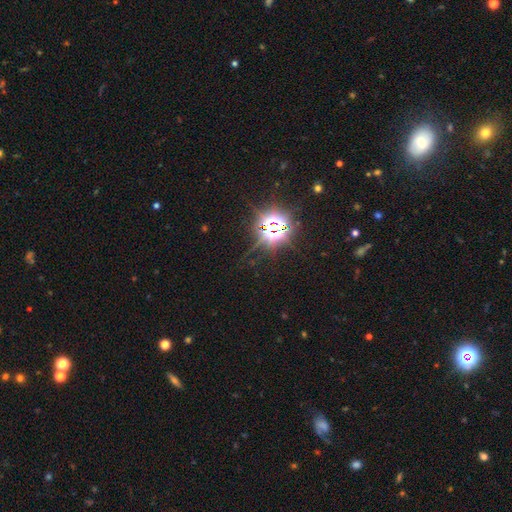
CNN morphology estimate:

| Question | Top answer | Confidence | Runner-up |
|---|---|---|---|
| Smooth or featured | star or artifact | 83% | smooth (11%) |